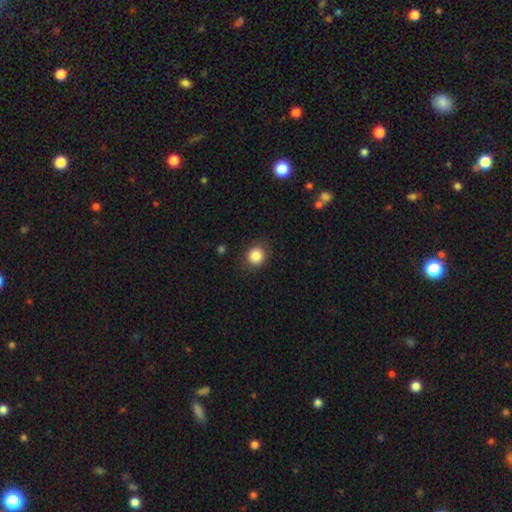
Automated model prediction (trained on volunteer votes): smooth-or-featured: smooth: 86% | star or artifact: 10% | featured or disk: 4%
  how-rounded: round: 86% | in between: 13% | cigar-shaped: 1%
  merging: none: 86% | minor disturbance: 9% | major disturbance: 3% | merger: 1%